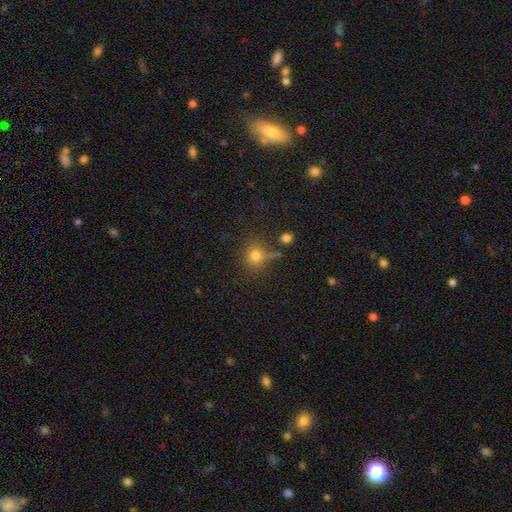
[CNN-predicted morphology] Smooth or featured?
  - smooth: 76% *
  - star or artifact: 15%
  - featured or disk: 9%
How rounded?
  - round: 81% *
  - in between: 18%
  - cigar-shaped: 1%
Merging?
  - none: 68% *
  - minor disturbance: 15%
  - merger: 10%
  - major disturbance: 8%